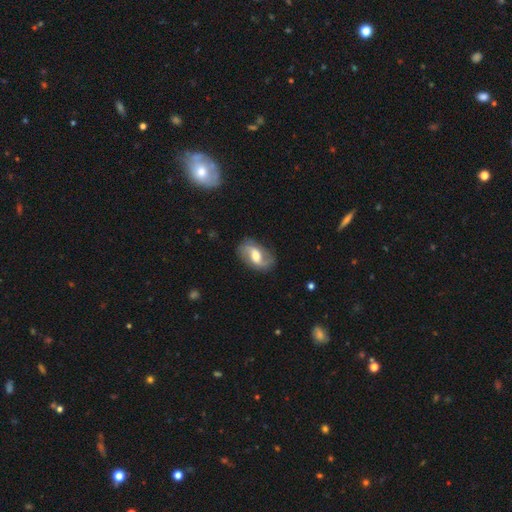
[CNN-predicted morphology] Smooth or featured? featured or disk (65%)
Edge-on disk? no (95%)
Bar? weak (48%)
Spiral arms? yes (81%)
Bulge size? moderate (67%)
Merging? none (77%)